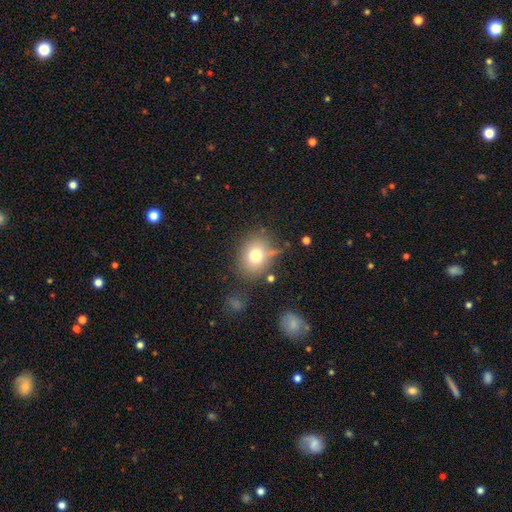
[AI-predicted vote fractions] smooth-or-featured: smooth: 75% | featured or disk: 13% | star or artifact: 12%
  how-rounded: round: 57% | in between: 42% | cigar-shaped: 1%
  merging: none: 72% | minor disturbance: 16% | major disturbance: 6% | merger: 6%